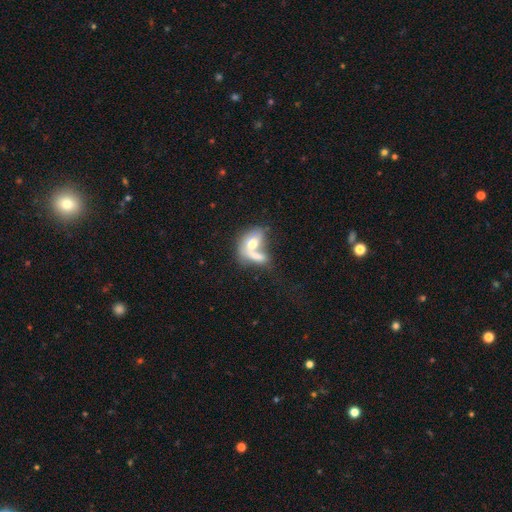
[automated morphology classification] Q: Smooth or featured?
A: smooth (62%); runner-up: featured or disk (30%)
Q: How rounded?
A: in between (73%); runner-up: round (19%)
Q: Merging?
A: merger (68%); runner-up: none (16%)